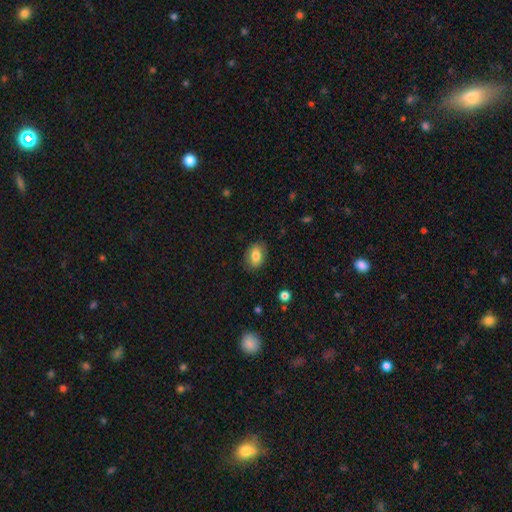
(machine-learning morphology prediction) The model was most divided on "how rounded": in between: 80%, round: 19%, cigar-shaped: 1%. More confident: merging — none (84%); smooth or featured — smooth (79%).